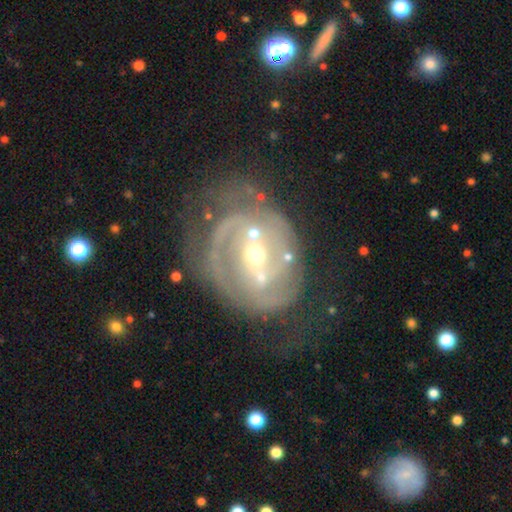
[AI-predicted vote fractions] smooth-or-featured: featured or disk: 85% | smooth: 9% | star or artifact: 7%
  disk-edge-on: no: 97% | yes: 3%
    bar: no: 43% | weak: 35% | strong: 22%
    has-spiral-arms: yes: 85% | no: 15%
      spiral-winding: tight: 46% | medium: 39% | loose: 15%
      spiral-arm-count: 2: 59% | can't tell: 20% | 1: 9% | 3: 8% | 4: 3% | more than 4: 2%
    bulge-size: small: 61% | moderate: 35% | large: 2% | none: 1% | dominant: 1%
  merging: none: 49% | minor disturbance: 20% | major disturbance: 20% | merger: 11%